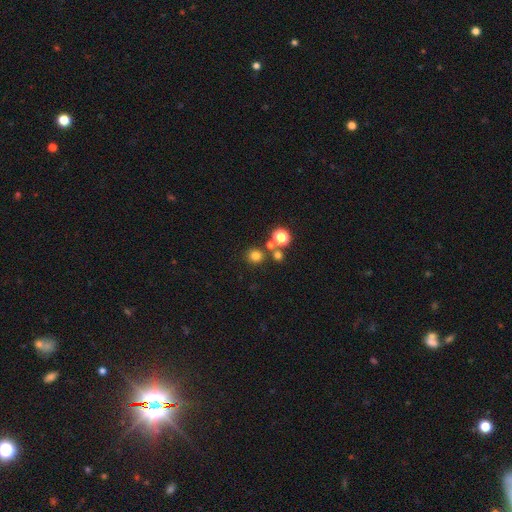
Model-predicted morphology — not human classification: smooth 74%, star or artifact 19%, featured or disk 6%. Down the decision tree: how rounded — round (91%); merging — none (77%).